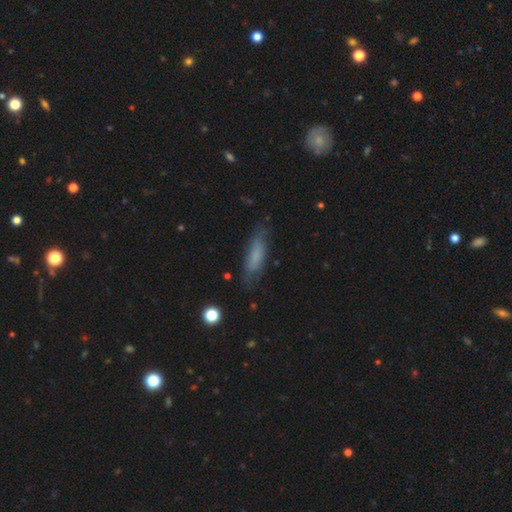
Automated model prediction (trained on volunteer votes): Q: Smooth or featured?
A: smooth (70%); runner-up: featured or disk (21%)
Q: How rounded?
A: cigar-shaped (60%); runner-up: in between (38%)
Q: Merging?
A: none (75%); runner-up: minor disturbance (18%)